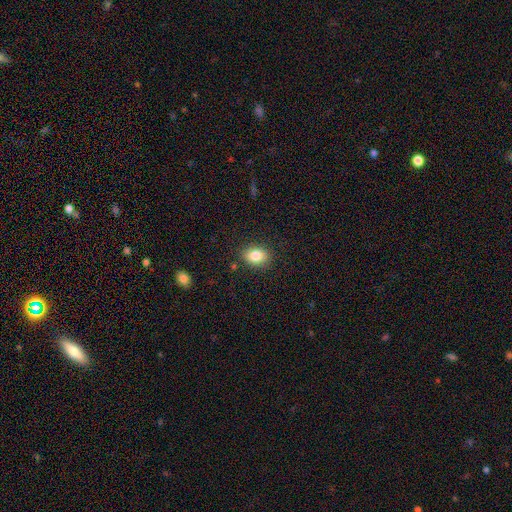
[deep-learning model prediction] Overall: smooth (83%). How rounded: in between (65%; round 34%). Merging: none (86%).